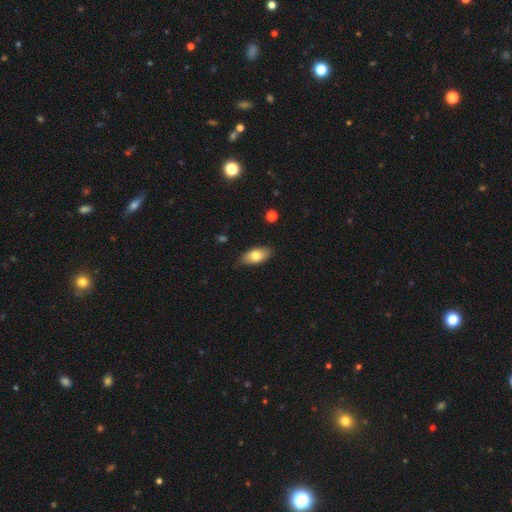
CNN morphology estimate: smooth_or_featured: smooth (p=0.75) [alt: featured or disk p=0.19]
how_rounded: in between (p=0.91) [alt: cigar-shaped p=0.06]
merging: none (p=0.85) [alt: minor disturbance p=0.12]